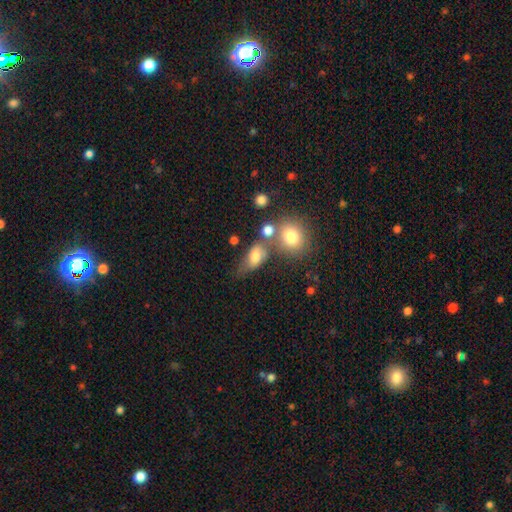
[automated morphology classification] Smooth or featured?
  - smooth: 73% *
  - featured or disk: 14%
  - star or artifact: 13%
How rounded?
  - in between: 70% *
  - round: 25%
  - cigar-shaped: 5%
Merging?
  - none: 44% *
  - merger: 23%
  - minor disturbance: 21%
  - major disturbance: 12%